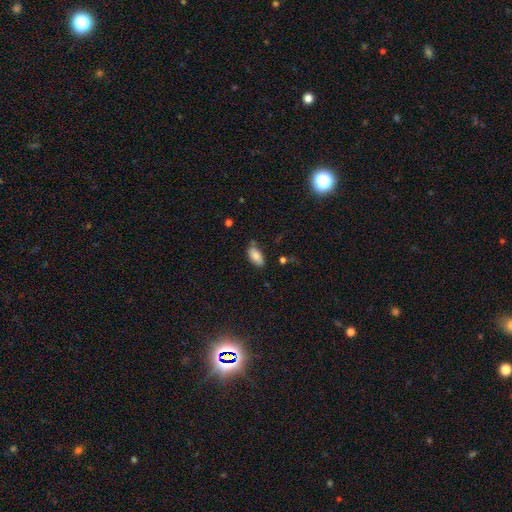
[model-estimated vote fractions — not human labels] The model was most divided on "merging": none: 70%, minor disturbance: 22%, major disturbance: 4%, merger: 4%. More confident: how rounded — in between (91%); smooth or featured — smooth (85%).